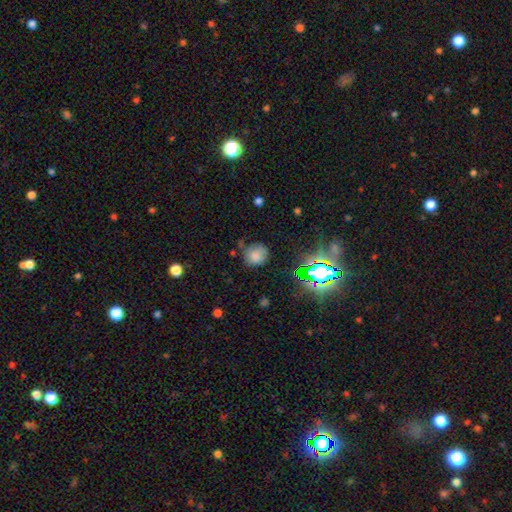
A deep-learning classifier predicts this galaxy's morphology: Smooth or featured?
  - smooth: 75% *
  - star or artifact: 17%
  - featured or disk: 9%
How rounded?
  - round: 84% *
  - in between: 15%
  - cigar-shaped: 1%
Merging?
  - none: 70% *
  - minor disturbance: 21%
  - major disturbance: 6%
  - merger: 4%